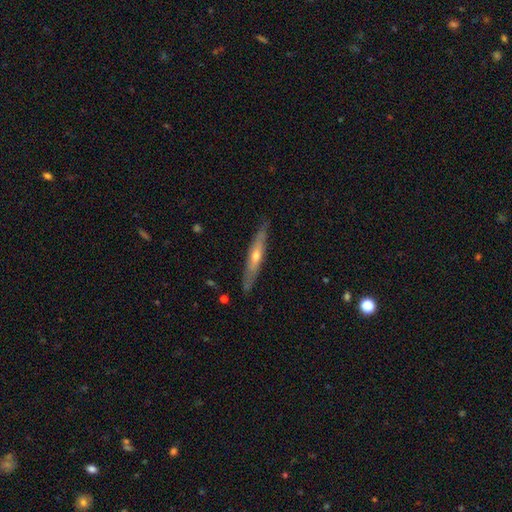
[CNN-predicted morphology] A featured or disk galaxy (60%) viewed edge-on (87%) with a rounded central bulge (79%). Merging: none (85%).